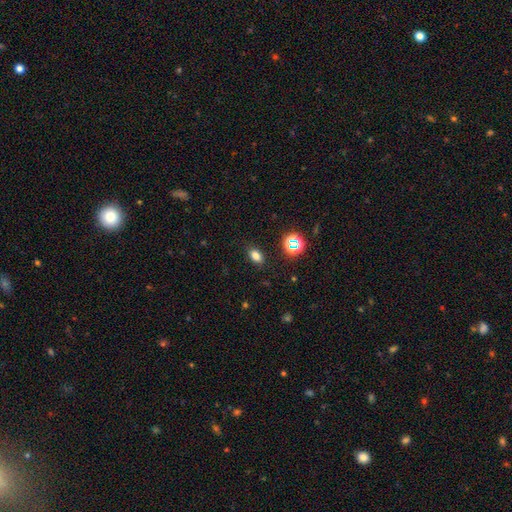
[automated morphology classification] Smooth or featured? Predicted: smooth (p=0.76). How rounded? Predicted: in between (p=0.83). Merging? Predicted: none (p=0.86).